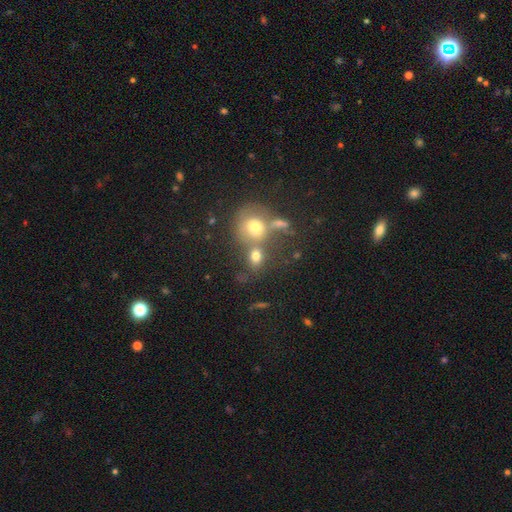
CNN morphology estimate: smooth 71%, featured or disk 15%, star or artifact 14%. Down the decision tree: how rounded — round (57%); merging — merger (44%).